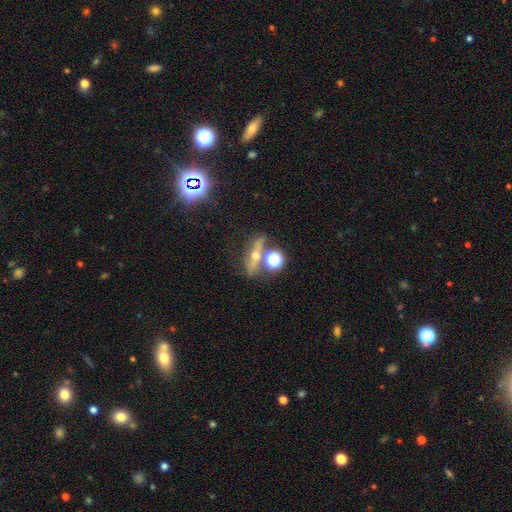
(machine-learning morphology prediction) A featured or disk galaxy (50%) viewed edge-on (73%).

Vote fractions:
- Smooth or featured? featured or disk: 50% / smooth: 29% / star or artifact: 21%
- Edge-on disk? yes: 73% / no: 27%
- Merging? none: 66% / merger: 16% / minor disturbance: 12% / major disturbance: 6%